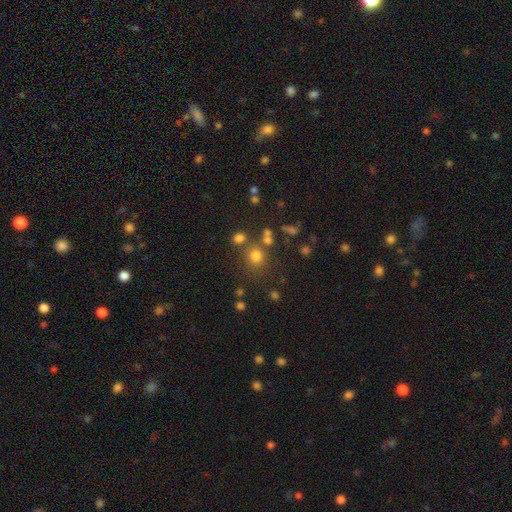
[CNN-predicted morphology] This is likely a smooth galaxy (73%). How rounded: clearly round (82%). Merging: likely none (68%).